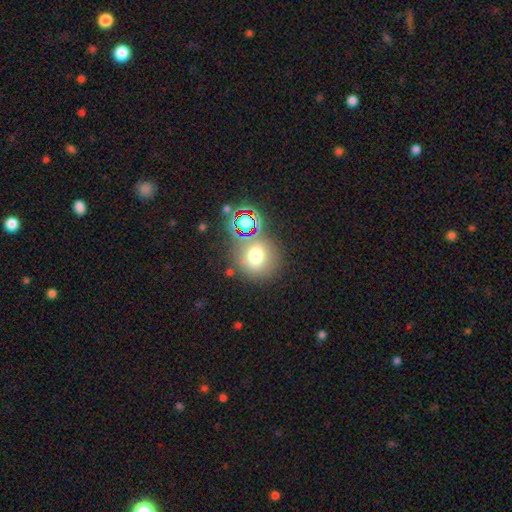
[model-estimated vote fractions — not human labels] Q: Smooth or featured?
A: smooth (65%); runner-up: star or artifact (23%)
Q: How rounded?
A: round (89%); runner-up: in between (10%)
Q: Merging?
A: none (76%); runner-up: minor disturbance (11%)